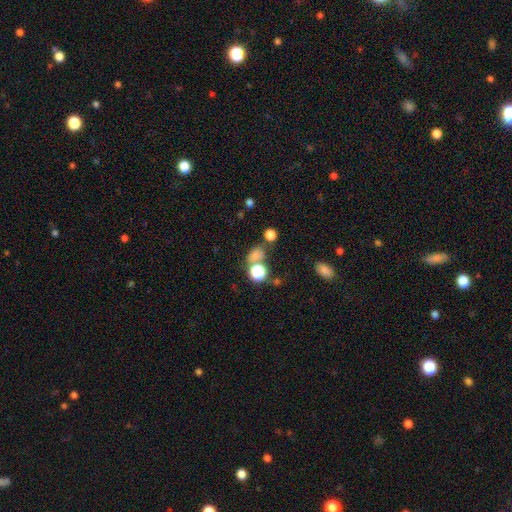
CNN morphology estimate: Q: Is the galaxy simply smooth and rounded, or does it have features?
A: smooth — 67%.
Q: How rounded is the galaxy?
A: in between — 50%.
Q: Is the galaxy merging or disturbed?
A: none — 58%.